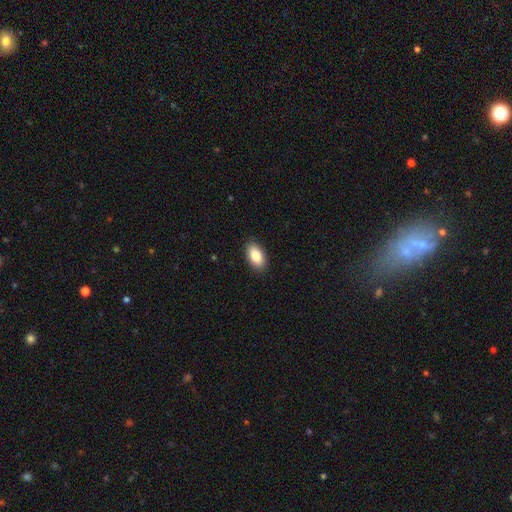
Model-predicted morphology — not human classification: smooth_or_featured: smooth (p=0.86) [alt: featured or disk p=0.08]
how_rounded: in between (p=0.94) [alt: round p=0.04]
merging: none (p=0.89) [alt: minor disturbance p=0.08]